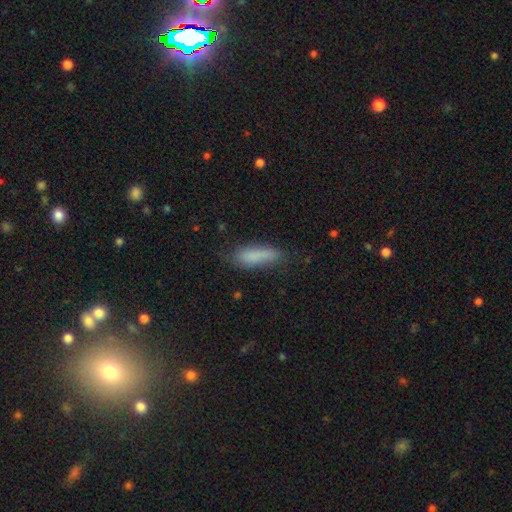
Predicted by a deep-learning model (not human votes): This appears to be a smooth galaxy with no disk features (84%) that is cigar-shaped (58%). Merging: none (72%).